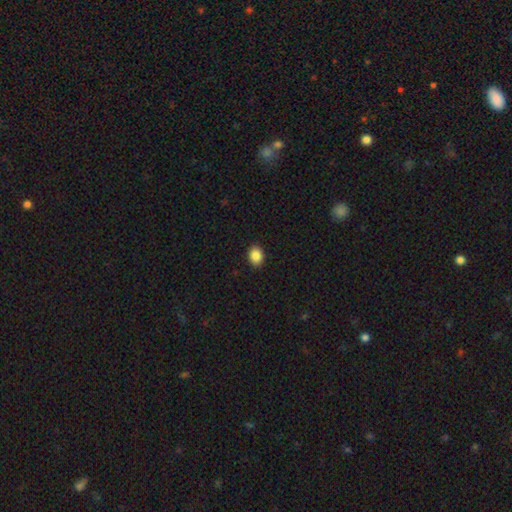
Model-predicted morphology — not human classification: Smooth or featured? smooth (87%)
How rounded? in between (63%)
Merging? none (91%)